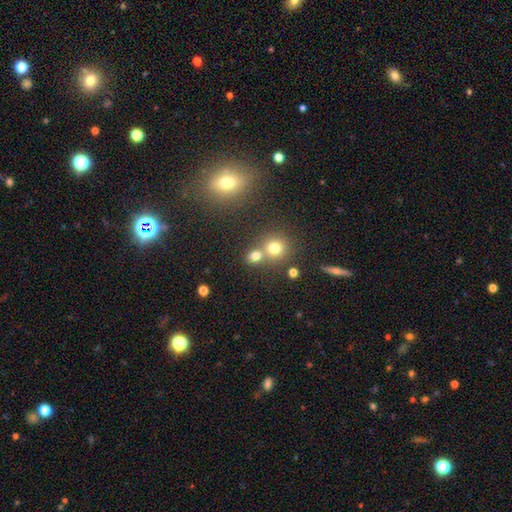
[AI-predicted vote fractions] Smooth or featured?
  - smooth: 73% *
  - star or artifact: 18%
  - featured or disk: 9%
How rounded?
  - round: 74% *
  - in between: 24%
  - cigar-shaped: 1%
Merging?
  - none: 53% *
  - merger: 36%
  - minor disturbance: 7%
  - major disturbance: 3%